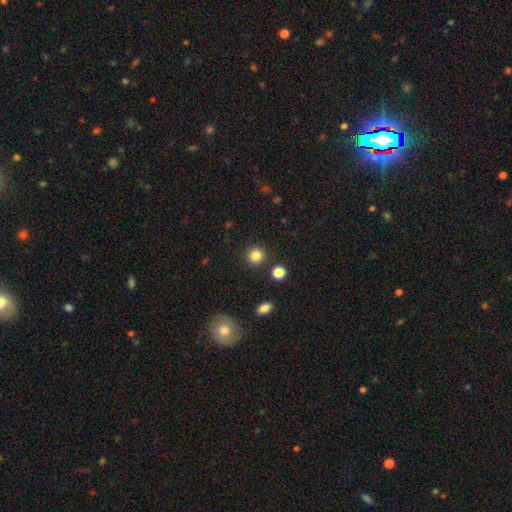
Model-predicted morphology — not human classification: smooth_or_featured: smooth (p=0.84) [alt: star or artifact p=0.11]
how_rounded: round (p=0.93) [alt: in between p=0.06]
merging: none (p=0.89) [alt: minor disturbance p=0.06]